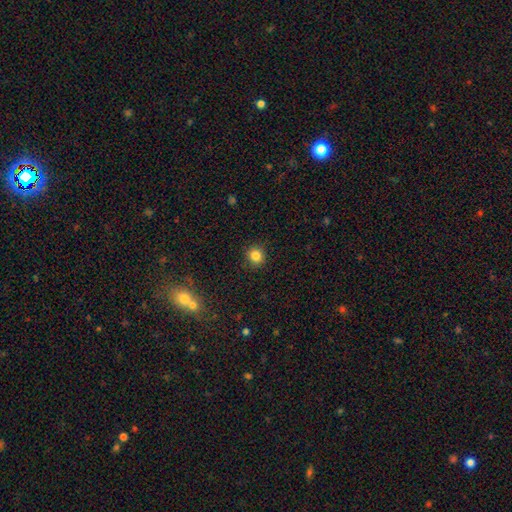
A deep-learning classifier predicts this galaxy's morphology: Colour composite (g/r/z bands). It shows a smooth galaxy with no disk features (84%) that is round (90%). Merging: none (90%).